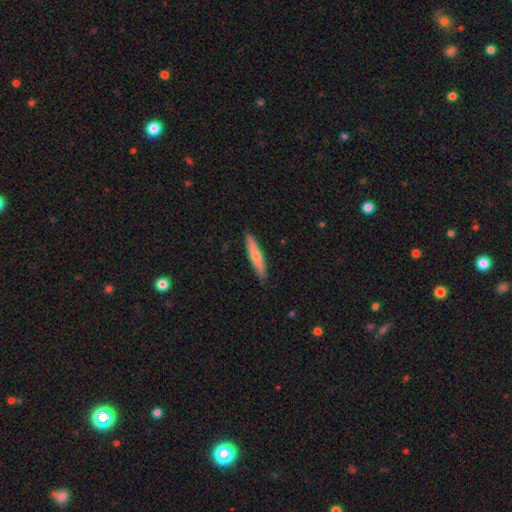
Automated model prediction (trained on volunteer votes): A smooth galaxy with no disk features (64%) that is cigar-shaped (89%).

Vote fractions:
- Smooth or featured? smooth: 64% / featured or disk: 31% / star or artifact: 5%
- How rounded? cigar-shaped: 89% / in between: 10% / round: 1%
- Merging? none: 89% / minor disturbance: 8% / major disturbance: 1% / merger: 1%